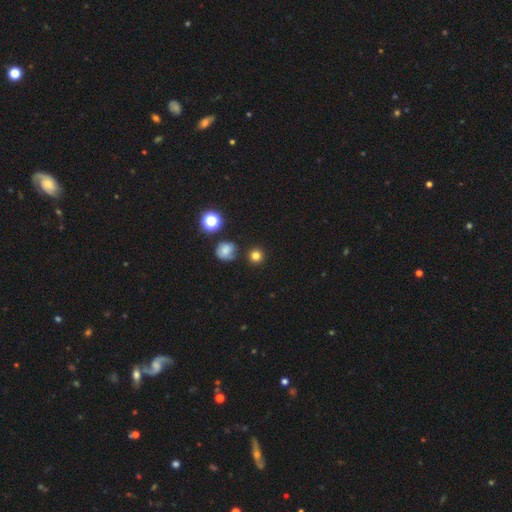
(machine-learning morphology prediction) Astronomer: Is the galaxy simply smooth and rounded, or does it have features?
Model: smooth — 79%.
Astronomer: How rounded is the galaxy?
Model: round — 93%.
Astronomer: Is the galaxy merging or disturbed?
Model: none — 85%.